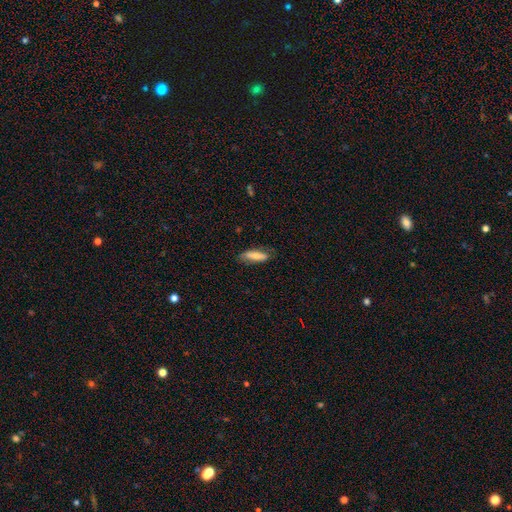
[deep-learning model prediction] Q: Smooth or featured?
A: smooth (67%); runner-up: featured or disk (27%)
Q: How rounded?
A: in between (52%); runner-up: cigar-shaped (45%)
Q: Merging?
A: none (76%); runner-up: minor disturbance (18%)